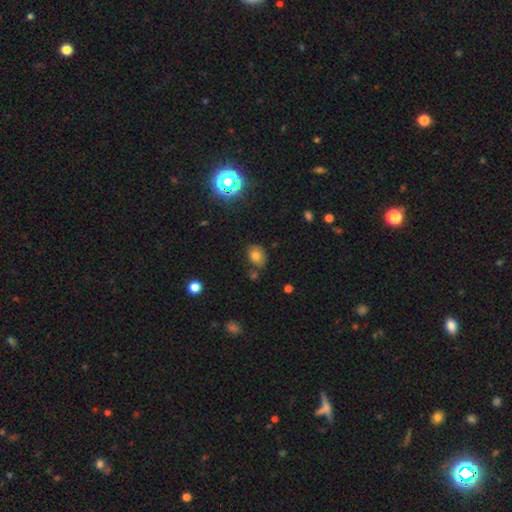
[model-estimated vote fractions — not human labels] Overall: smooth (74%). How rounded: in between (58%; round 40%). Merging: none (73%).